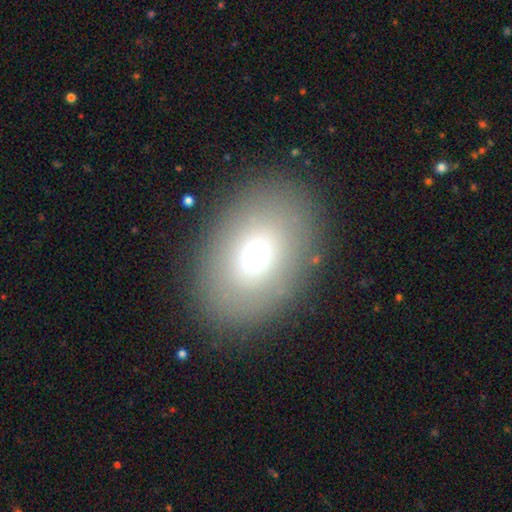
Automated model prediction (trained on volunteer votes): Morphology: type=smooth (70%); roundness=in between (75%); merging=none (85%).